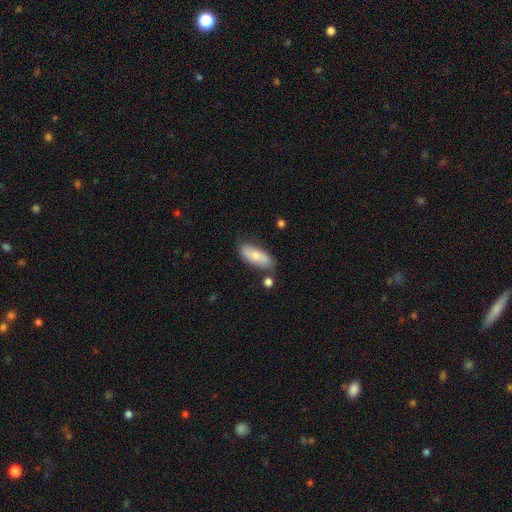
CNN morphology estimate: Smooth or featured? smooth (67%)
How rounded? in between (80%)
Merging? none (69%)